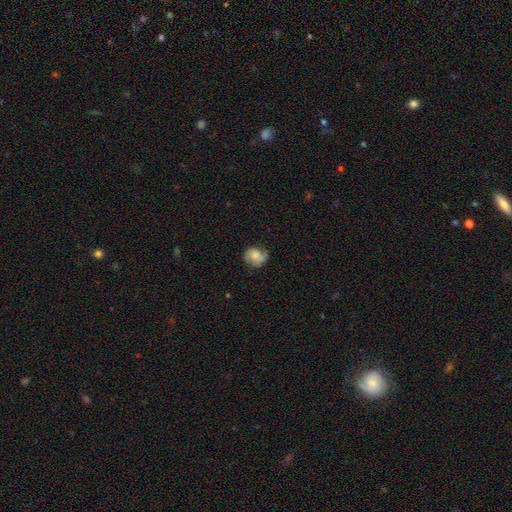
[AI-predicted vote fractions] A smooth galaxy with no disk features (52%) that is round (71%).

Vote fractions:
- Smooth or featured? smooth: 52% / featured or disk: 40% / star or artifact: 8%
- How rounded? round: 71% / in between: 28% / cigar-shaped: 1%
- Merging? none: 61% / minor disturbance: 26% / major disturbance: 11% / merger: 3%